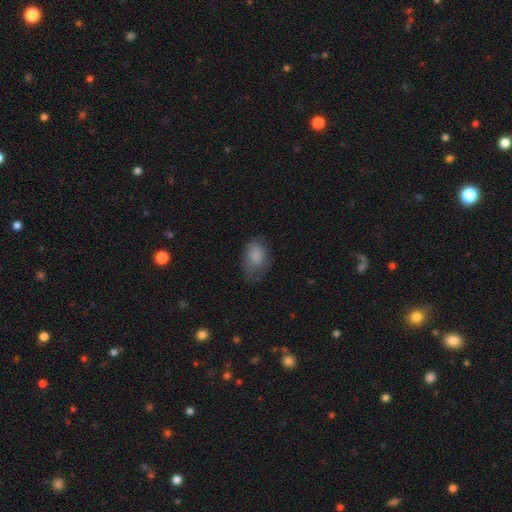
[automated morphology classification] A smooth galaxy with no disk features (81%) that is in between round and cigar-shaped (86%). Merging: none (53%).